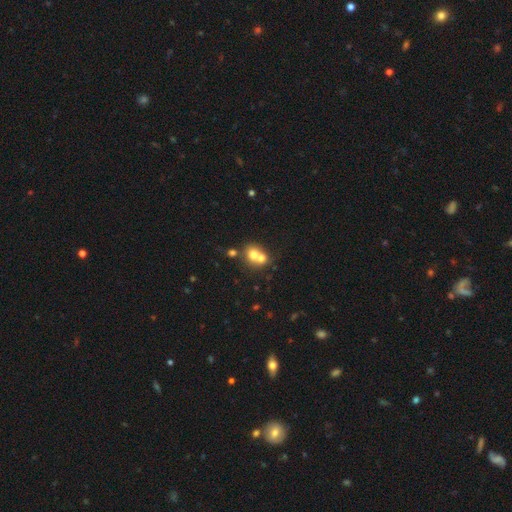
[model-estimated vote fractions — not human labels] A smooth galaxy with no disk features (68%) that is round (68%). Merging: merger (67%).